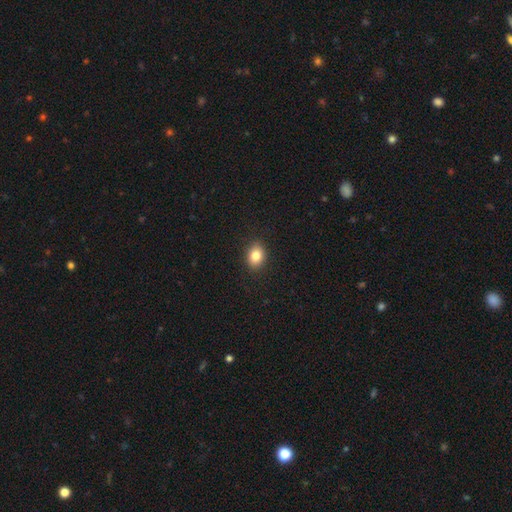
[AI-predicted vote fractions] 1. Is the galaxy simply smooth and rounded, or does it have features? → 83% smooth, 10% star or artifact, 7% featured or disk.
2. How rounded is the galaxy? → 62% in between, 37% round, 1% cigar-shaped.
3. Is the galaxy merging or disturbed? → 90% none, 7% minor disturbance, 2% major disturbance, 1% merger.